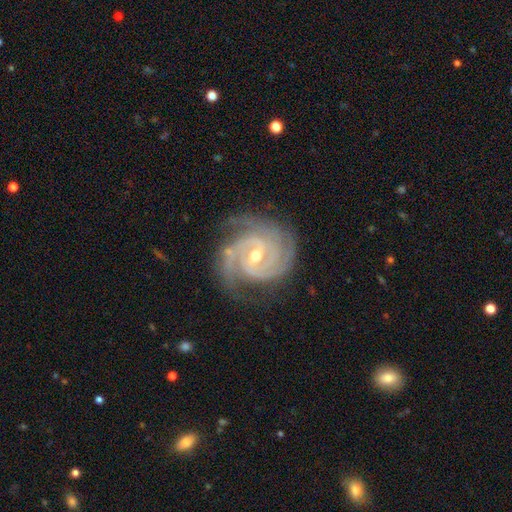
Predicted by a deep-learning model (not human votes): Q: Smooth or featured?
A: featured or disk (93%); runner-up: star or artifact (4%)
Q: Edge-on disk?
A: no (98%); runner-up: yes (2%)
Q: Bar?
A: weak (52%); runner-up: no (28%)
Q: Spiral arms?
A: yes (99%); runner-up: no (1%)
Q: Spiral winding?
A: tight (72%); runner-up: medium (25%)
Q: Spiral arm count?
A: 3 (42%); runner-up: 2 (25%)
Q: Bulge size?
A: moderate (56%); runner-up: small (41%)
Q: Merging?
A: none (75%); runner-up: minor disturbance (18%)